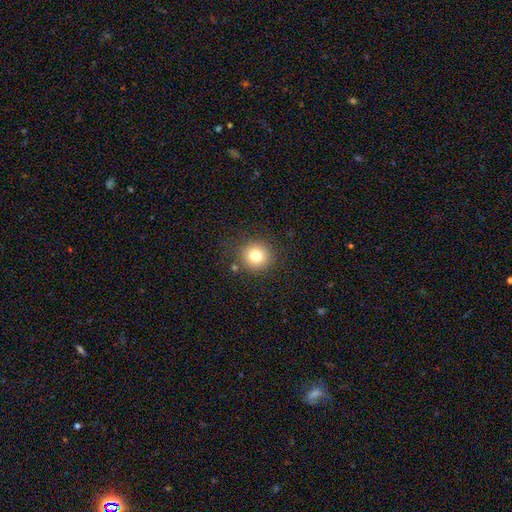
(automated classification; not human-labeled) The model was most divided on "smooth or featured": smooth: 78%, star or artifact: 12%, featured or disk: 9%. More confident: how rounded — round (93%); merging — none (86%).